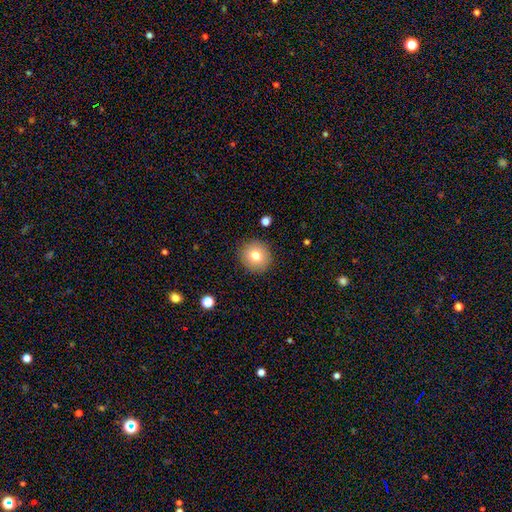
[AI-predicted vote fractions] smooth 77%, featured or disk 13%, star or artifact 11%. Down the decision tree: how rounded — round (91%); merging — none (89%).